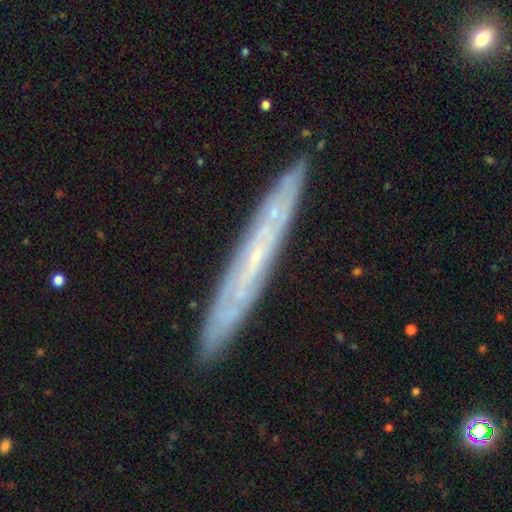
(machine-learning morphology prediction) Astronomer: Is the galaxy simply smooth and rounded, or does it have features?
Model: featured or disk — 67%.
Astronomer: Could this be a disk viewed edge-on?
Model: yes — 78%.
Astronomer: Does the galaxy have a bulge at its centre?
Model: none — 78%.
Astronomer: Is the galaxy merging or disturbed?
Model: none — 87%.